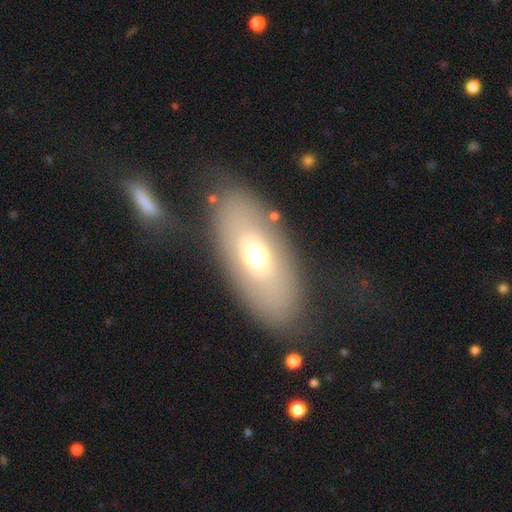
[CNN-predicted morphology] A smooth galaxy with no disk features (62%) that is in between round and cigar-shaped (86%).

Vote fractions:
- Smooth or featured? smooth: 62% / featured or disk: 28% / star or artifact: 10%
- How rounded? in between: 86% / cigar-shaped: 7% / round: 6%
- Merging? none: 78% / minor disturbance: 11% / major disturbance: 7% / merger: 4%